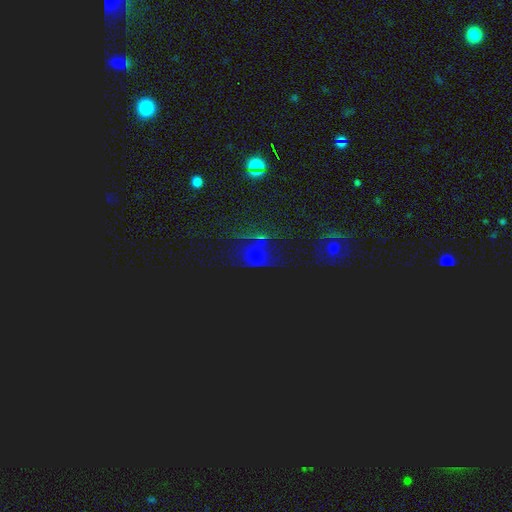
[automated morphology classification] Smooth or featured? star or artifact (60%)